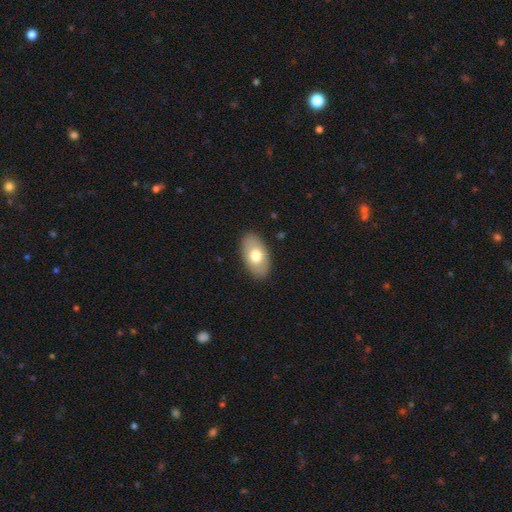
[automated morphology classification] smooth 70%, featured or disk 24%, star or artifact 6%. Down the decision tree: how rounded — in between (93%); merging — none (87%).